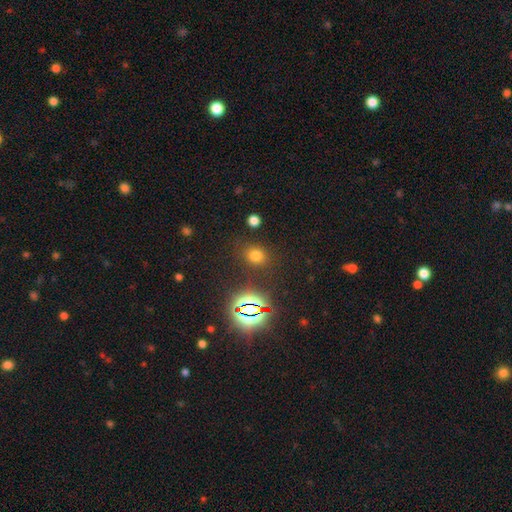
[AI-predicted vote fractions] Q: Smooth or featured?
A: smooth (69%); runner-up: star or artifact (25%)
Q: How rounded?
A: round (73%); runner-up: in between (26%)
Q: Merging?
A: none (83%); runner-up: minor disturbance (10%)